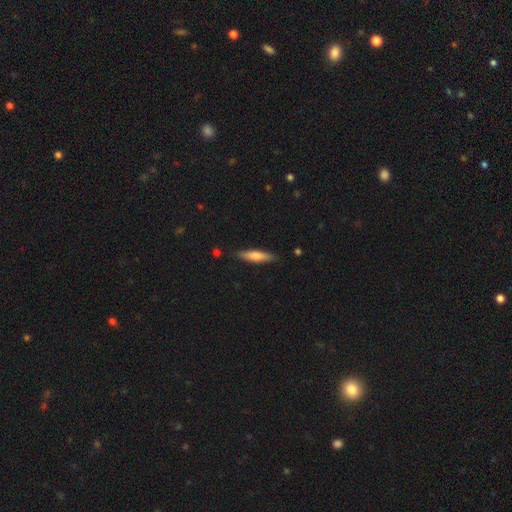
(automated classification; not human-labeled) Smooth or featured? Predicted: smooth (p=0.63). How rounded? Predicted: cigar-shaped (p=0.79). Merging? Predicted: none (p=0.87).